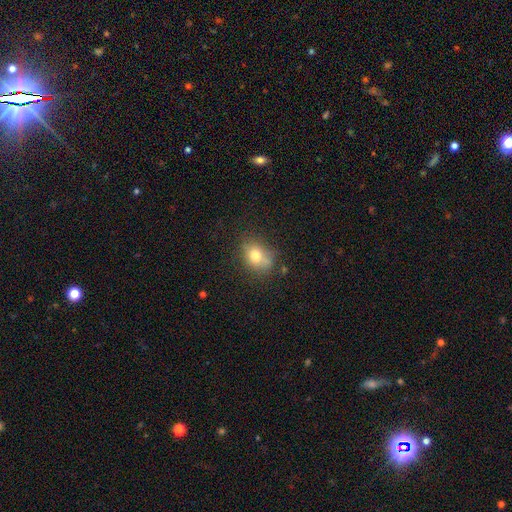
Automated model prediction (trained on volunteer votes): Smooth or featured? Predicted: smooth (p=0.73). How rounded? Predicted: in between (p=0.52). Merging? Predicted: none (p=0.60).